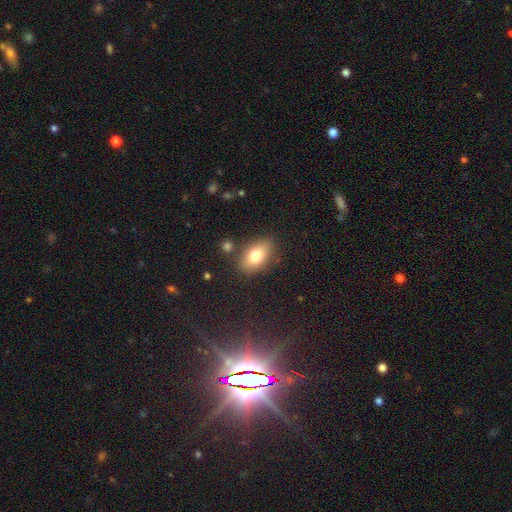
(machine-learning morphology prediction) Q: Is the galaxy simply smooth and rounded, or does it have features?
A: smooth — 77%.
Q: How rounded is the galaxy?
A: in between — 89%.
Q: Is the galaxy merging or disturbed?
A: none — 81%.